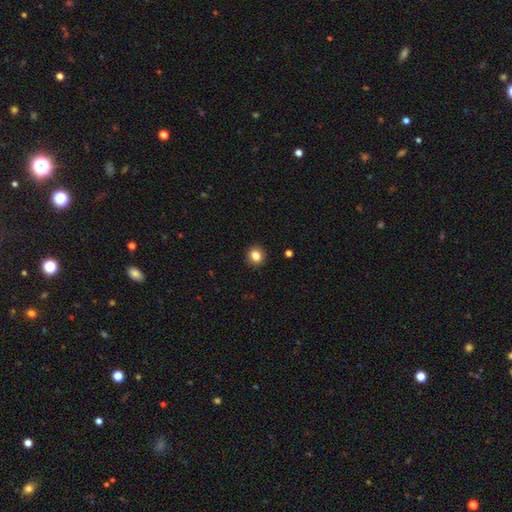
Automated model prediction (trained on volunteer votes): Overall: smooth (84%). How rounded: round (75%). Merging: none (91%).